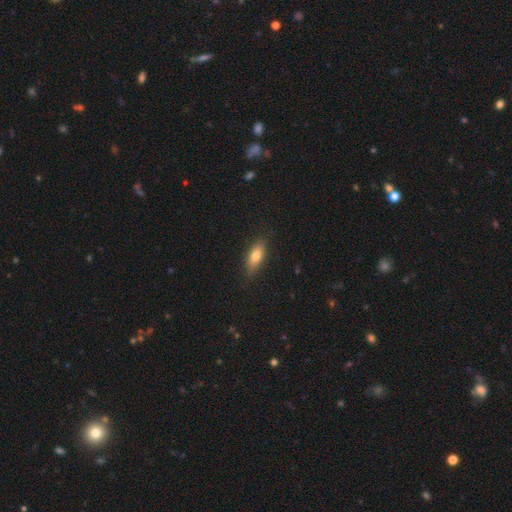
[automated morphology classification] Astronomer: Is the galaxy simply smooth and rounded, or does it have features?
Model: smooth — 75%.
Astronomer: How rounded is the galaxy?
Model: in between — 72%.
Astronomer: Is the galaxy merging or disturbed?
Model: none — 83%.